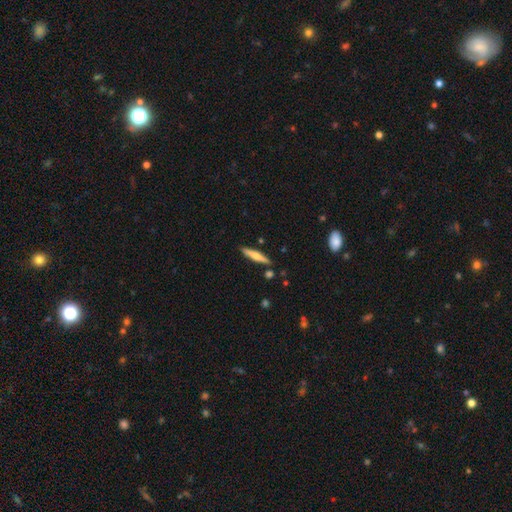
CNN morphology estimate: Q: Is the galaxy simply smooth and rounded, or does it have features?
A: smooth — 52%.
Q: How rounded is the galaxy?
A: cigar-shaped — 90%.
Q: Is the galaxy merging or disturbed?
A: none — 86%.